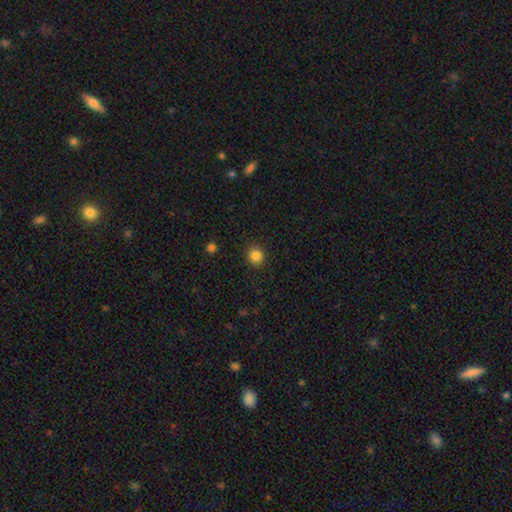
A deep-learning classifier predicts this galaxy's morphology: Smooth or featured?
  - smooth: 85% *
  - star or artifact: 11%
  - featured or disk: 4%
How rounded?
  - round: 86% *
  - in between: 13%
  - cigar-shaped: 1%
Merging?
  - none: 91% *
  - minor disturbance: 6%
  - major disturbance: 2%
  - merger: 1%